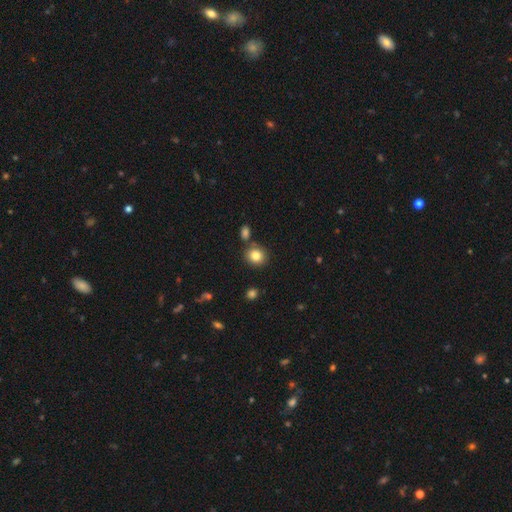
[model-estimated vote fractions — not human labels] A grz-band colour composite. It shows a smooth galaxy with no disk features (83%) that is round (81%). Merging: none (77%).